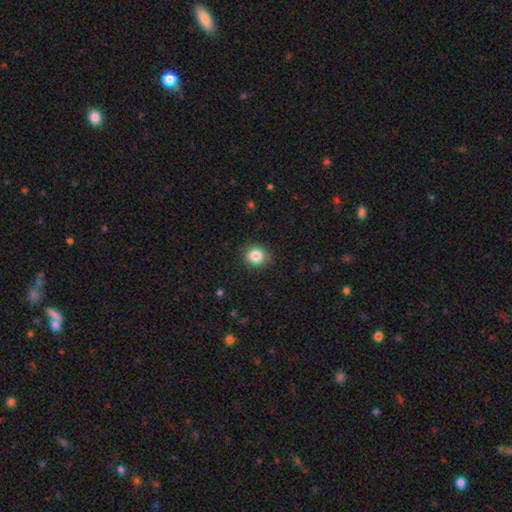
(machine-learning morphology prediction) Smooth or featured: smooth — 85% (star or artifact — 10%)
How rounded: round — 83% (in between — 16%)
Merging: none — 88% (minor disturbance — 9%)